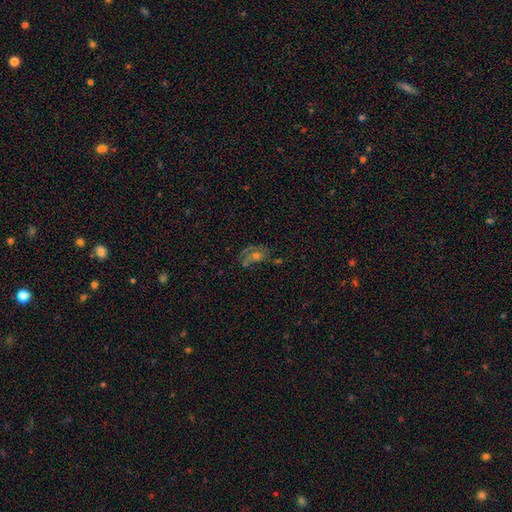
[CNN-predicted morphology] A featured or disk galaxy (55%) with no bar (77%), spiral arms (69%) and a moderate central bulge (57%). Merging: none (54%).